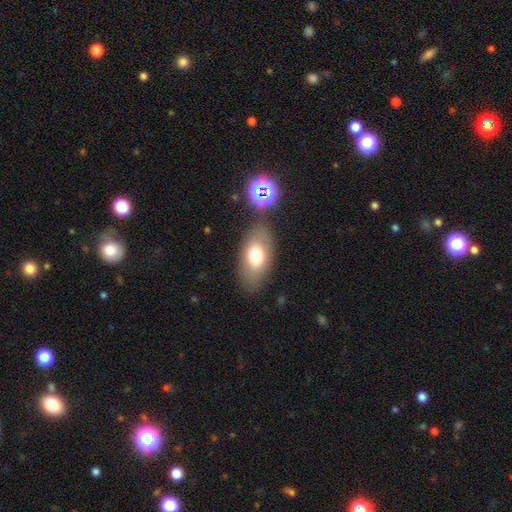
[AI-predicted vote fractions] A smooth galaxy with no disk features (71%) that is in between round and cigar-shaped (89%).

Vote fractions:
- Smooth or featured? smooth: 71% / featured or disk: 19% / star or artifact: 10%
- How rounded? in between: 89% / round: 7% / cigar-shaped: 4%
- Merging? none: 76% / minor disturbance: 12% / merger: 7% / major disturbance: 4%